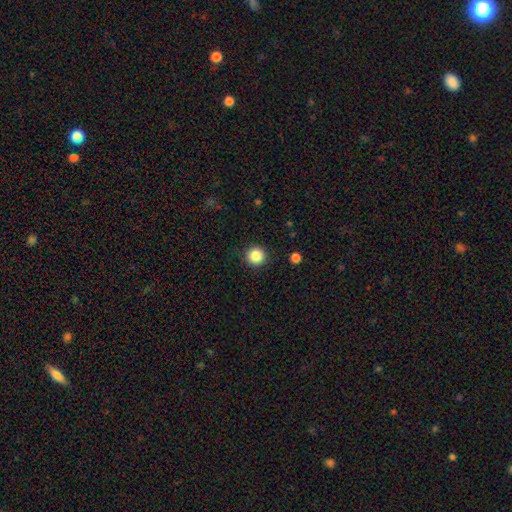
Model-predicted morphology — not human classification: Q: Smooth or featured?
A: smooth (86%); runner-up: star or artifact (10%)
Q: How rounded?
A: round (96%); runner-up: in between (3%)
Q: Merging?
A: none (92%); runner-up: minor disturbance (5%)